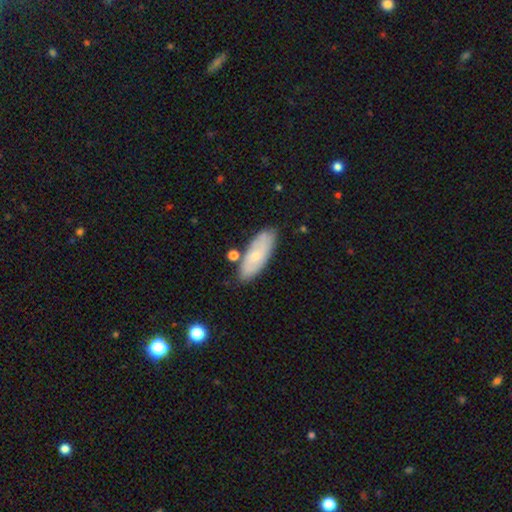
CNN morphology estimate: type=smooth (56%); roundness=in between (72%); merging=none (77%).